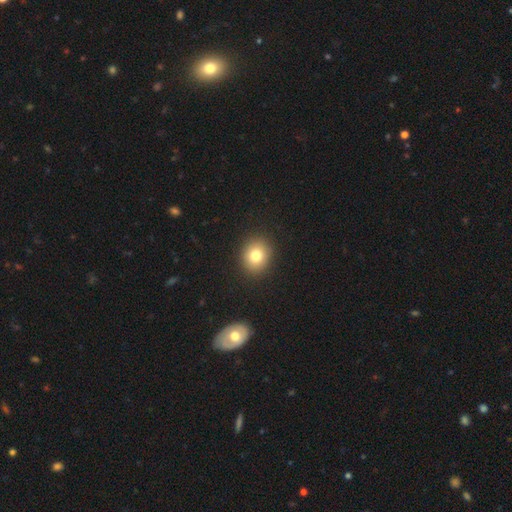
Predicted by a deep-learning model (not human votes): The model was most divided on "how rounded": round: 72%, in between: 27%, cigar-shaped: 1%. More confident: merging — none (90%); smooth or featured — smooth (79%).